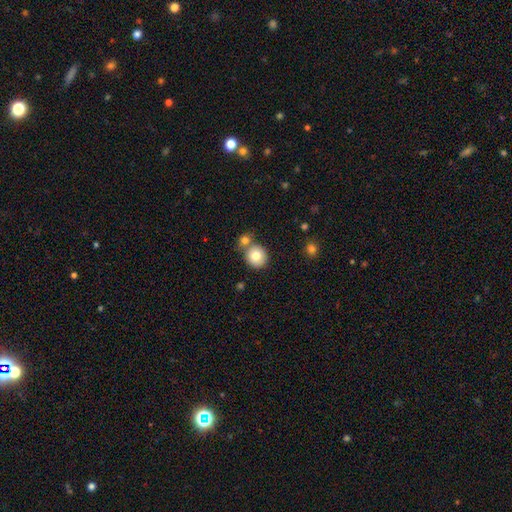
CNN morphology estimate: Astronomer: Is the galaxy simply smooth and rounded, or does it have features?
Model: smooth — 79%.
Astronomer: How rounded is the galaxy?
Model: round — 87%.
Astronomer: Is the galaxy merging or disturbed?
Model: none — 61%.